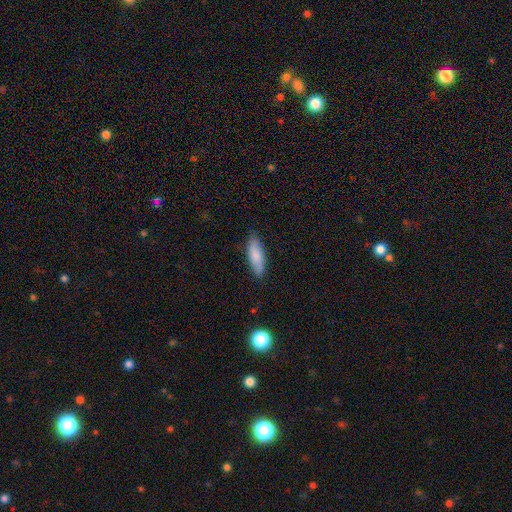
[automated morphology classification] A smooth galaxy with no disk features (83%) that is in between round and cigar-shaped (53%).

Vote fractions:
- Smooth or featured? smooth: 83% / featured or disk: 11% / star or artifact: 6%
- How rounded? in between: 53% / cigar-shaped: 45% / round: 2%
- Merging? none: 85% / minor disturbance: 12% / major disturbance: 2% / merger: 1%